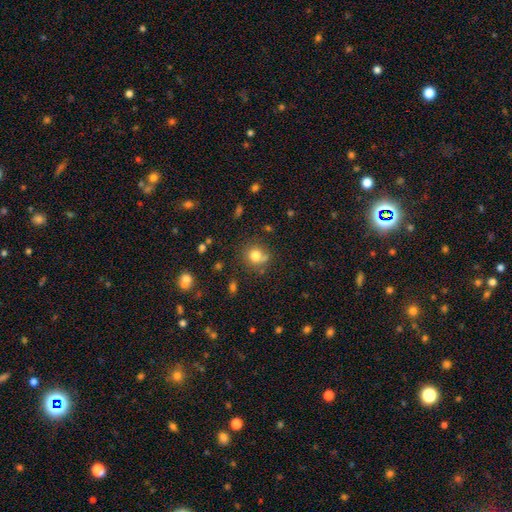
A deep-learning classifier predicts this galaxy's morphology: This appears to be a smooth galaxy with no disk features (78%) that is round (83%). Merging: none (65%).